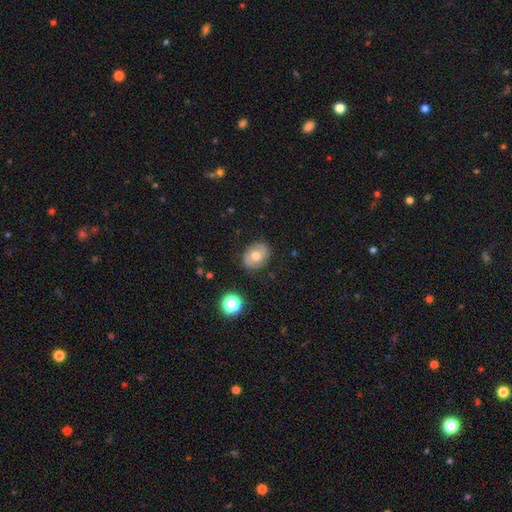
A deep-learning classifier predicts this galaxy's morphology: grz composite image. It shows a smooth galaxy with no disk features (56%) that is round (52%). Merging: none (83%).